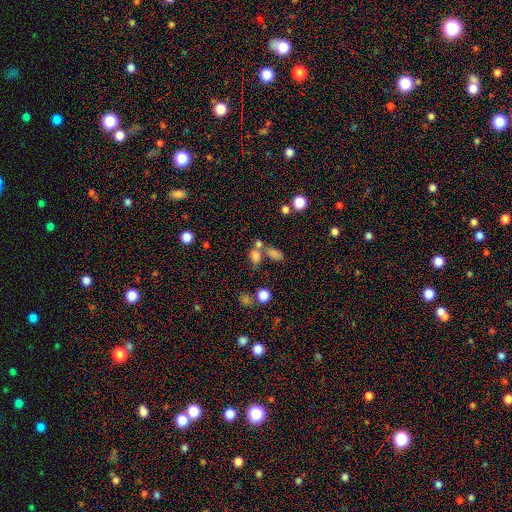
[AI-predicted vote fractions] This is likely a smooth galaxy (73%). How rounded: likely in between (73%). Merging: marginally merger (43%).